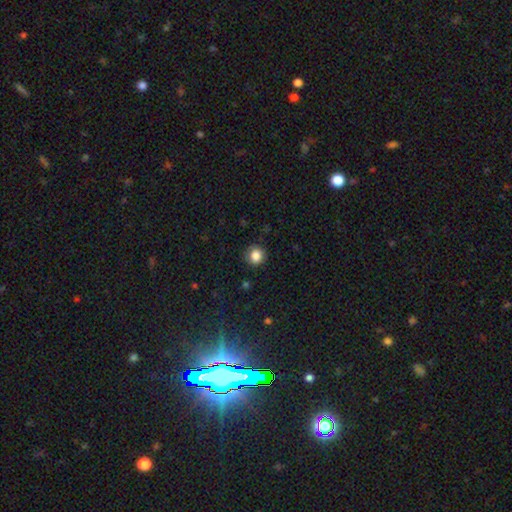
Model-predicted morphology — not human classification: smooth 85%, star or artifact 11%, featured or disk 5%. Down the decision tree: how rounded — round (90%); merging — none (87%).